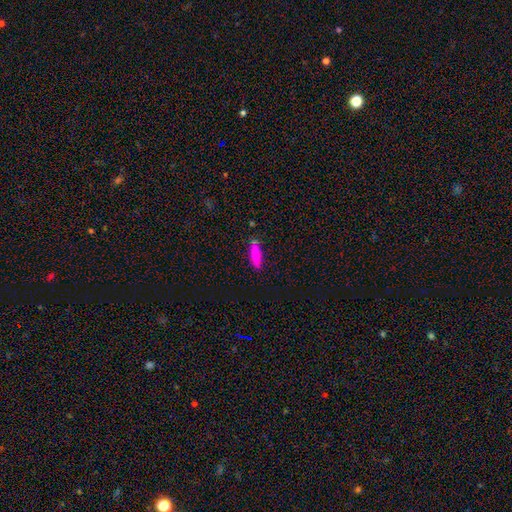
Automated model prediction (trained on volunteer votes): Smooth or featured: smooth — 84% (featured or disk — 9%)
How rounded: cigar-shaped — 74% (in between — 24%)
Merging: none — 76% (minor disturbance — 15%)